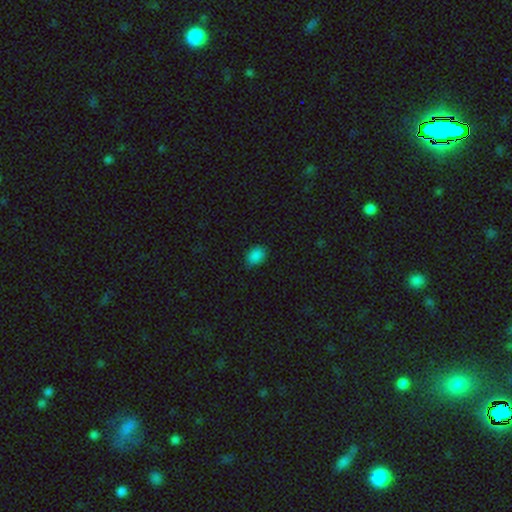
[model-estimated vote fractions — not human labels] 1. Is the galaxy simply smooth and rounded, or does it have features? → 86% smooth, 11% star or artifact, 3% featured or disk.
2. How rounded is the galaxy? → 77% in between, 22% round, 1% cigar-shaped.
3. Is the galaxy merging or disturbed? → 82% none, 14% minor disturbance, 3% major disturbance, 1% merger.